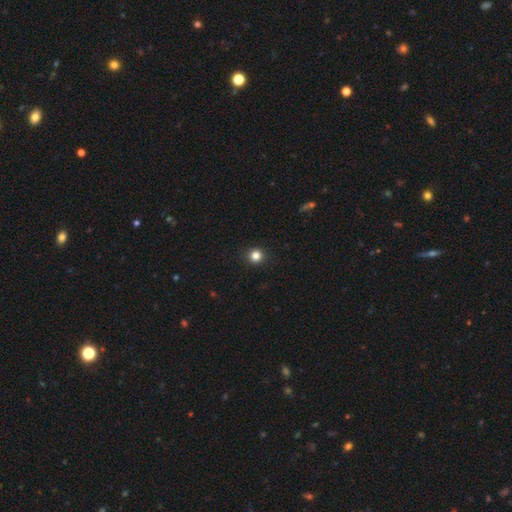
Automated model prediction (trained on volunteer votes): smooth_or_featured: smooth (p=0.82) [alt: star or artifact p=0.13]
how_rounded: round (p=0.93) [alt: in between p=0.07]
merging: none (p=0.92) [alt: minor disturbance p=0.05]